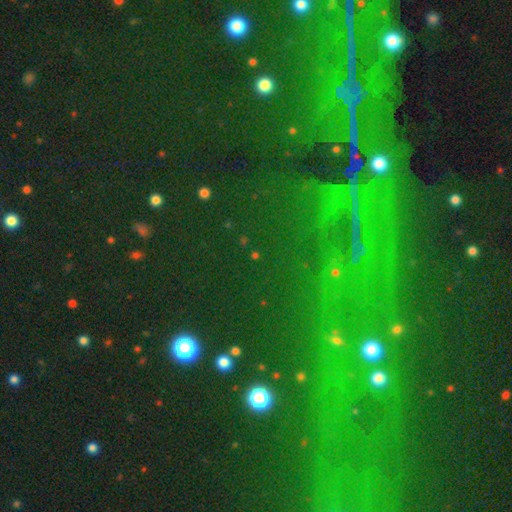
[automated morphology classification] This appears to be a star or artifact, not a galaxy (68%).